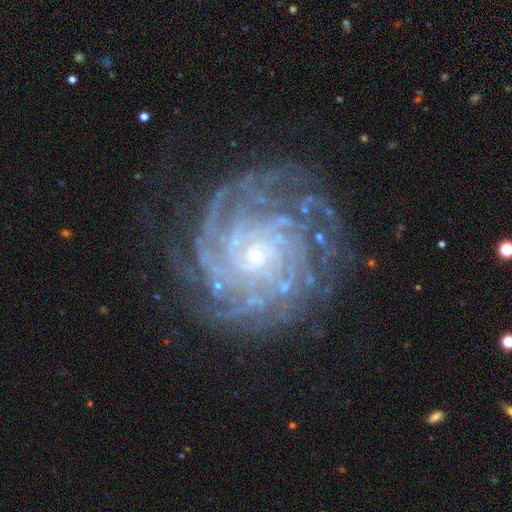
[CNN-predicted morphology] Overall: featured or disk (90%). Edge-on disk: no (98%). Bar: no (73%). Spiral arms: yes (98%). Spiral arm count: more than 4 (35%; 4 20%). Spiral winding: tight (80%). Bulge size: small (81%). Merging: none (77%).